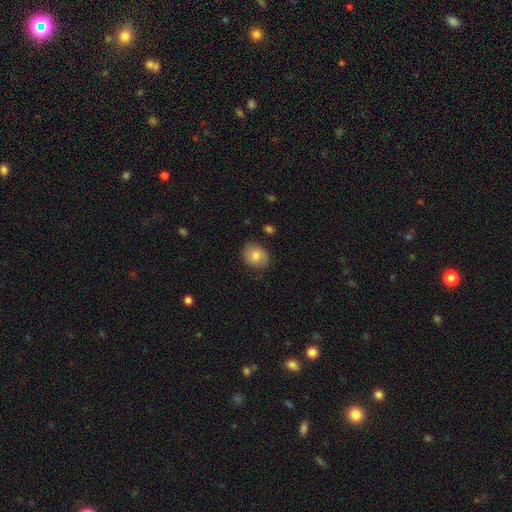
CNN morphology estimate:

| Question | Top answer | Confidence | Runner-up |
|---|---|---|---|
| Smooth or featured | smooth | 76% | featured or disk (16%) |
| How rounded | in between | 52% | round (47%) |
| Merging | none | 80% | minor disturbance (15%) |